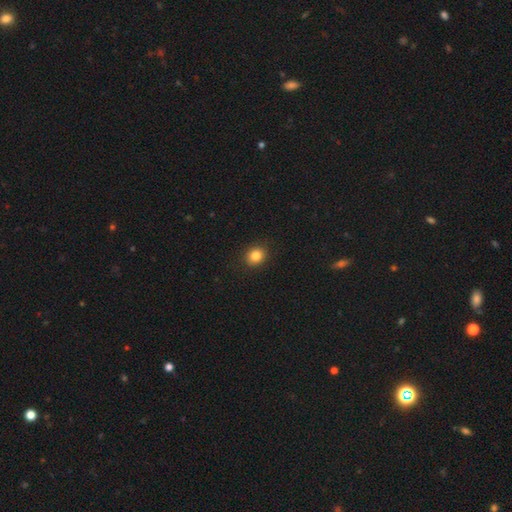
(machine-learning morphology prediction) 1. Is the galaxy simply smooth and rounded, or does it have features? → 83% smooth, 11% star or artifact, 6% featured or disk.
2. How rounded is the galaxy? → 68% round, 31% in between, 1% cigar-shaped.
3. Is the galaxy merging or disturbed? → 90% none, 7% minor disturbance, 2% major disturbance, 1% merger.